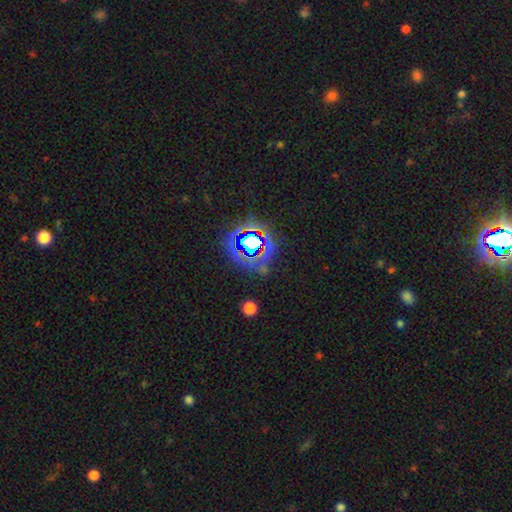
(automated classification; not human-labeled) Smooth or featured? star or artifact (80%)